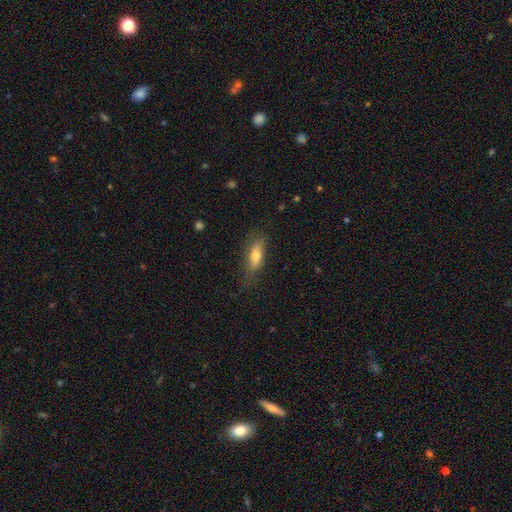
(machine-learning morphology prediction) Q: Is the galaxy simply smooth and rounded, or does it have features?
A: smooth — 70%.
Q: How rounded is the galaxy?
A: in between — 58%.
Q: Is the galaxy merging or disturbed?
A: none — 70%.